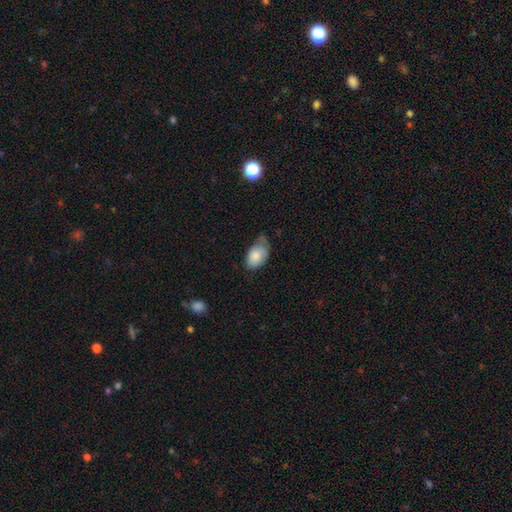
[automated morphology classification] This is clearly a smooth galaxy (82%). How rounded: clearly in between (93%). Merging: marginally minor disturbance (44%).